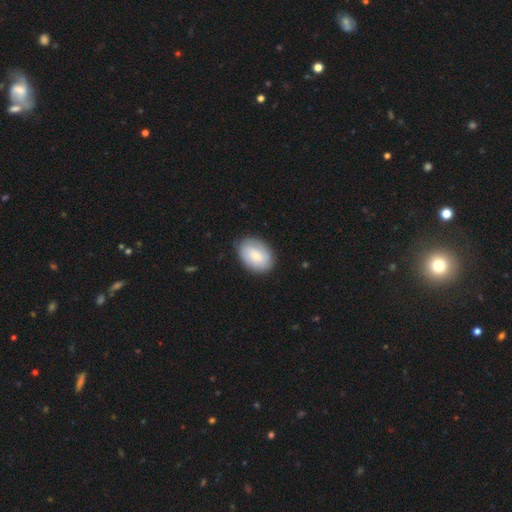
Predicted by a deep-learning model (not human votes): A smooth galaxy with no disk features (75%) that is in between round and cigar-shaped (80%).

Vote fractions:
- Smooth or featured? smooth: 75% / featured or disk: 19% / star or artifact: 6%
- How rounded? in between: 80% / round: 19% / cigar-shaped: 1%
- Merging? none: 82% / minor disturbance: 14% / major disturbance: 3% / merger: 1%